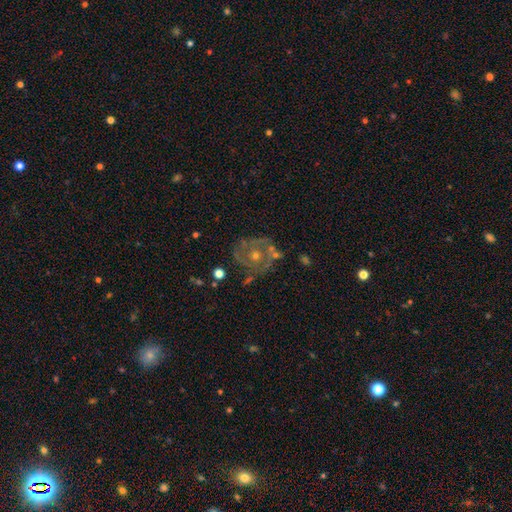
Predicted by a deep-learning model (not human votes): Q: Smooth or featured?
A: featured or disk (76%); runner-up: smooth (14%)
Q: Edge-on disk?
A: no (97%); runner-up: yes (3%)
Q: Bar?
A: no (82%); runner-up: weak (14%)
Q: Spiral arms?
A: yes (71%); runner-up: no (29%)
Q: Spiral winding?
A: tight (58%); runner-up: medium (31%)
Q: Spiral arm count?
A: can't tell (35%); runner-up: 2 (34%)
Q: Bulge size?
A: moderate (52%); runner-up: small (42%)
Q: Merging?
A: none (68%); runner-up: minor disturbance (17%)